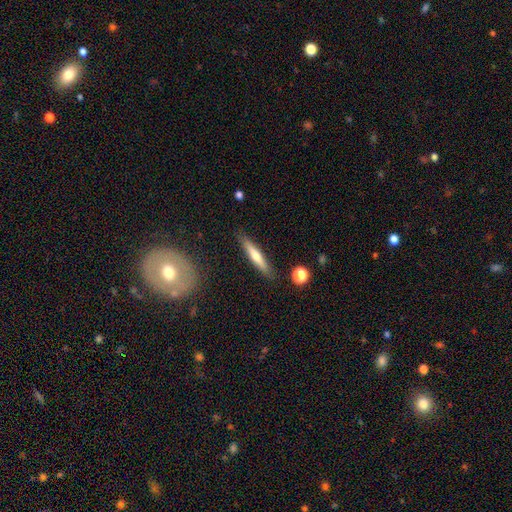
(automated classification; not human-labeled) Smooth or featured? Predicted: smooth (p=0.55). How rounded? Predicted: cigar-shaped (p=0.90). Merging? Predicted: none (p=0.87).